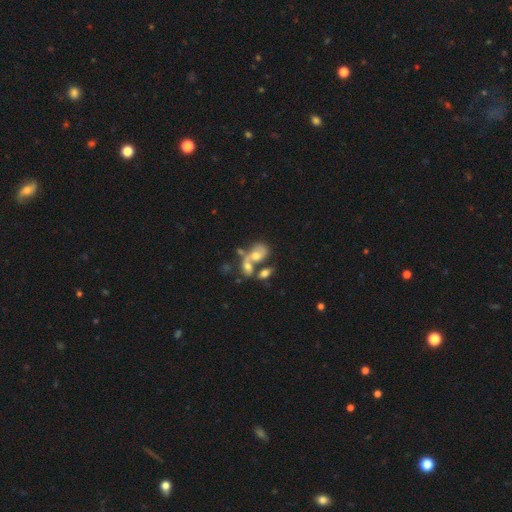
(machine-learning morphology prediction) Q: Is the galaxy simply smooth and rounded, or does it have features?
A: smooth — 47%.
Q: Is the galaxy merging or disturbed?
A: merger — 62%.